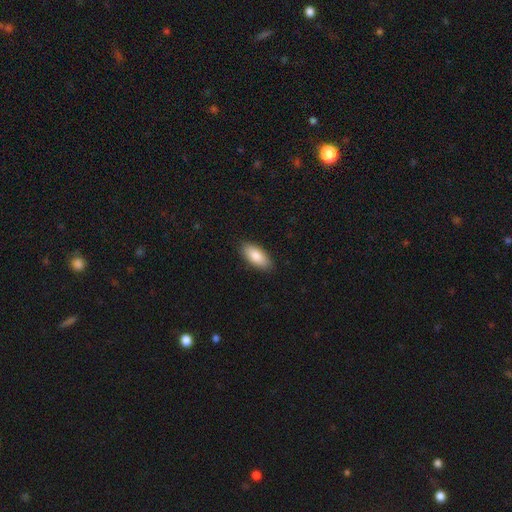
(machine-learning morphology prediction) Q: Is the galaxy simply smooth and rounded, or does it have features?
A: smooth — 86%.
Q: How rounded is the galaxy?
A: in between — 88%.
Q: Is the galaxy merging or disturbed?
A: none — 88%.